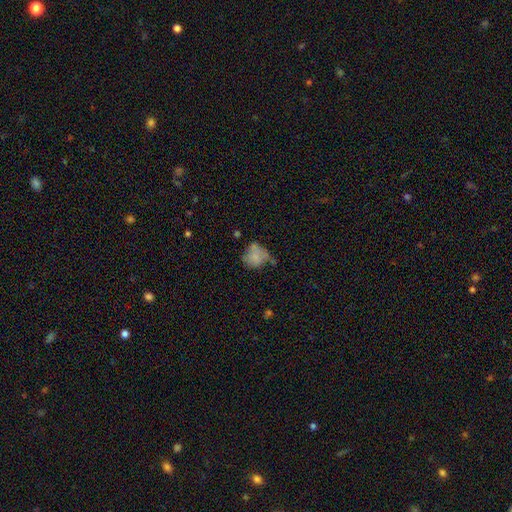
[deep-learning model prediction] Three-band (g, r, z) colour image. It shows a smooth galaxy with no disk features (68%) that is round (61%). Merging: none (35%).